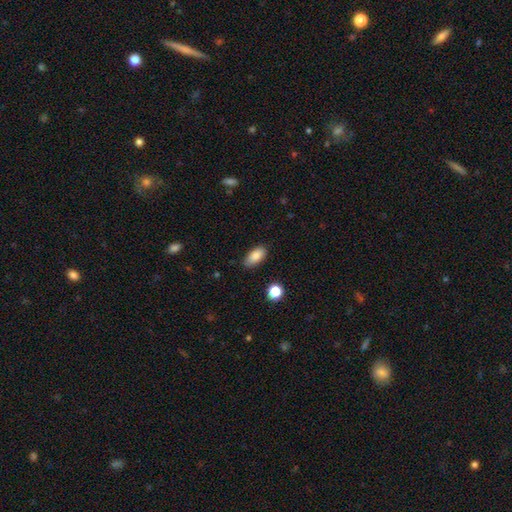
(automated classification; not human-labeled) A smooth galaxy with no disk features (85%) that is in between round and cigar-shaped (89%).

Vote fractions:
- Smooth or featured? smooth: 85% / star or artifact: 8% / featured or disk: 7%
- How rounded? in between: 89% / cigar-shaped: 7% / round: 4%
- Merging? none: 82% / minor disturbance: 14% / major disturbance: 3% / merger: 2%